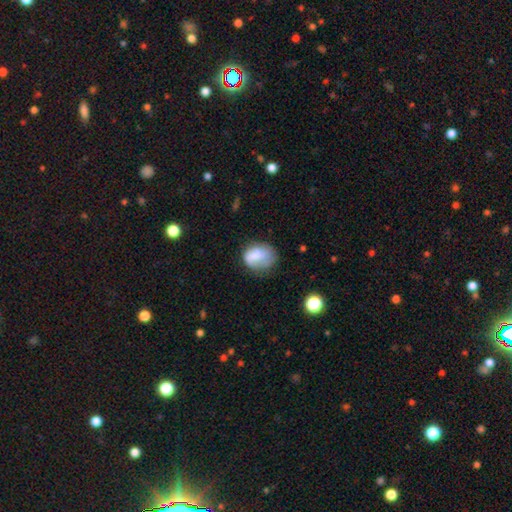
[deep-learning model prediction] This appears to be a smooth galaxy with no disk features (74%) that is in between round and cigar-shaped (53%). Merging: none (45%).